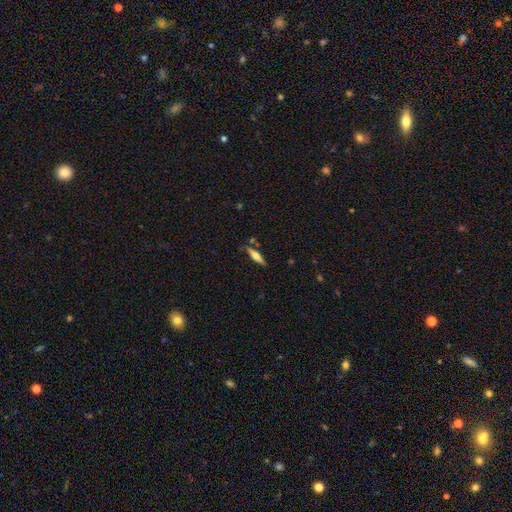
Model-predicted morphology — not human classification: The model was most divided on "smooth or featured": featured or disk: 47%, smooth: 46%, star or artifact: 7%. More confident: merging — none (76%).